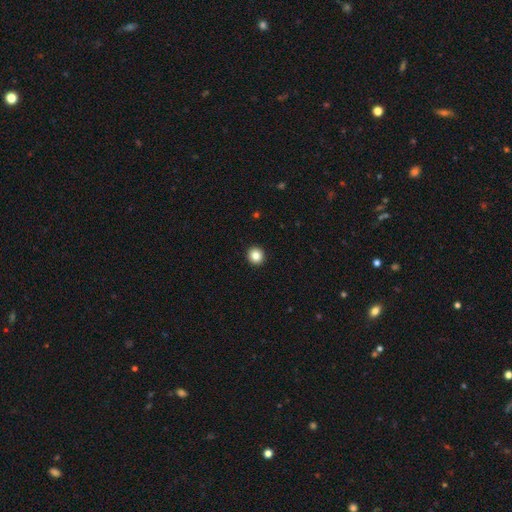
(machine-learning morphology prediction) Smooth or featured? smooth (85%)
How rounded? round (93%)
Merging? none (94%)